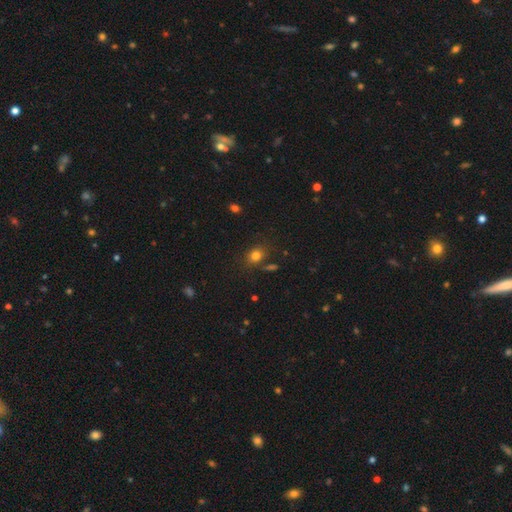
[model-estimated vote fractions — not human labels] The model was most divided on "how rounded": round: 53%, in between: 46%, cigar-shaped: 1%. More confident: smooth or featured — smooth (79%); merging — none (76%).